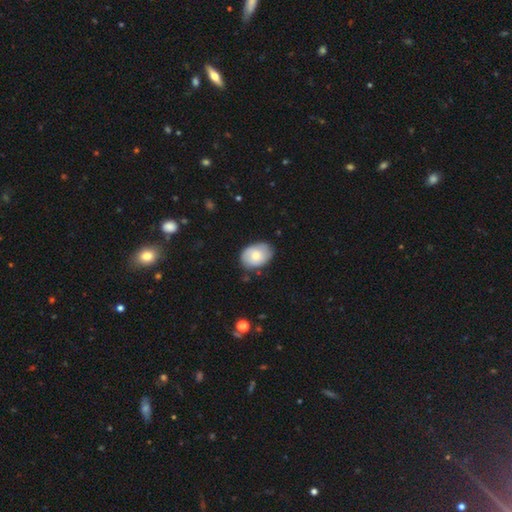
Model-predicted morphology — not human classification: smooth 67%, featured or disk 27%, star or artifact 6%. Down the decision tree: how rounded — in between (76%); merging — none (77%).